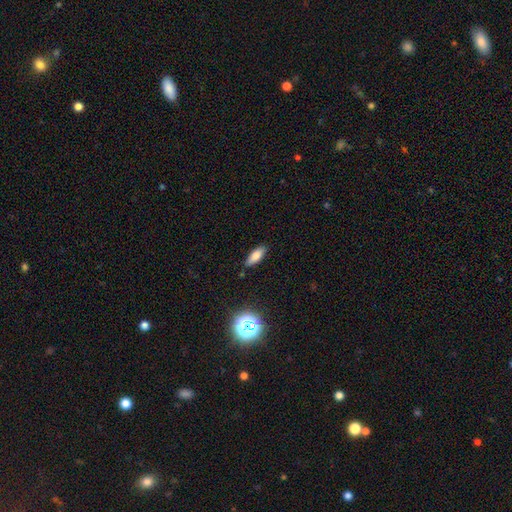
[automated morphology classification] The model was most divided on "how rounded": in between: 69%, cigar-shaped: 28%, round: 3%. More confident: merging — none (83%); smooth or featured — smooth (76%).